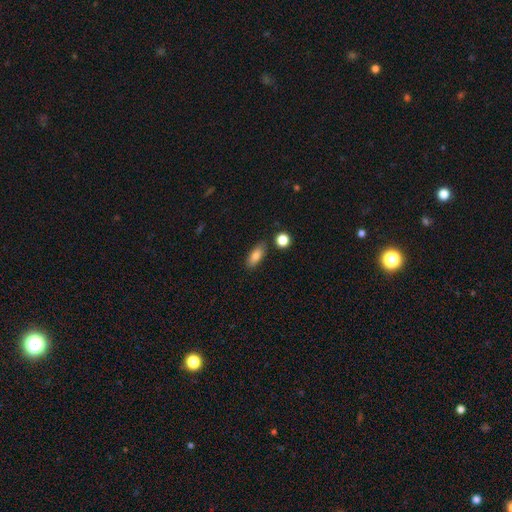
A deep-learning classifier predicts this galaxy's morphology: Overall: smooth (83%). How rounded: in between (78%). Merging: none (81%).